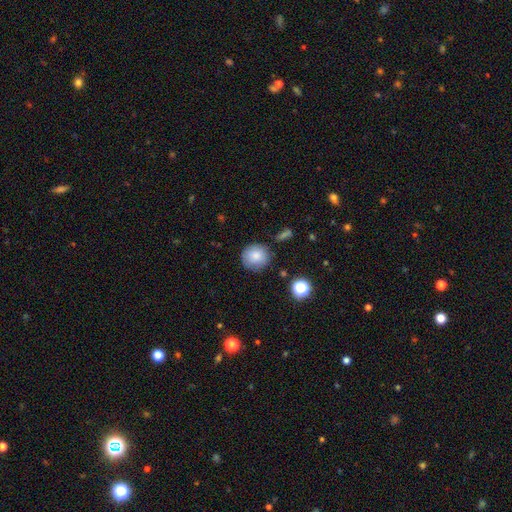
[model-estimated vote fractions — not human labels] smooth_or_featured: smooth (p=0.82) [alt: star or artifact p=0.09]
how_rounded: round (p=0.89) [alt: in between p=0.10]
merging: none (p=0.80) [alt: minor disturbance p=0.14]